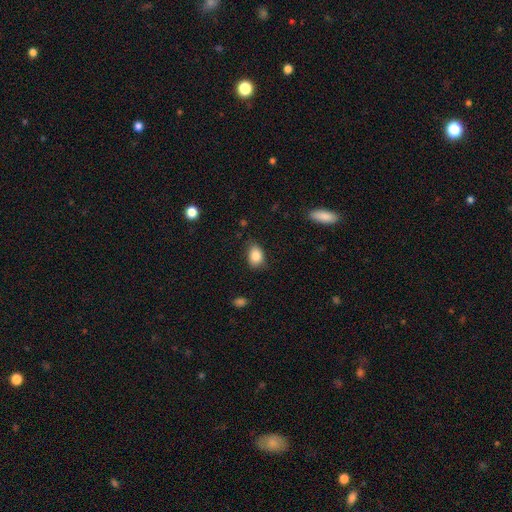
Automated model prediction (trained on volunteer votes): This is clearly a smooth galaxy (86%). How rounded: likely in between (76%). Merging: likely none (77%).